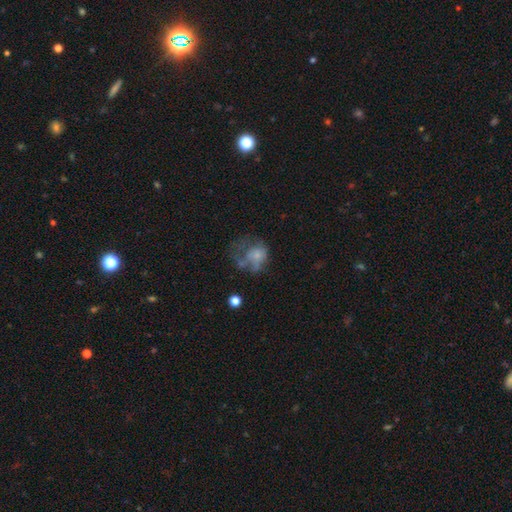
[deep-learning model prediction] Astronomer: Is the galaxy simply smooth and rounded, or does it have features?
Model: smooth — 55% (runner-up: featured or disk, 32%).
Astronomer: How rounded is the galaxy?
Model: round — 56% (runner-up: in between, 43%).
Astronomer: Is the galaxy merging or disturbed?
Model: major disturbance — 48% (runner-up: none, 24%).